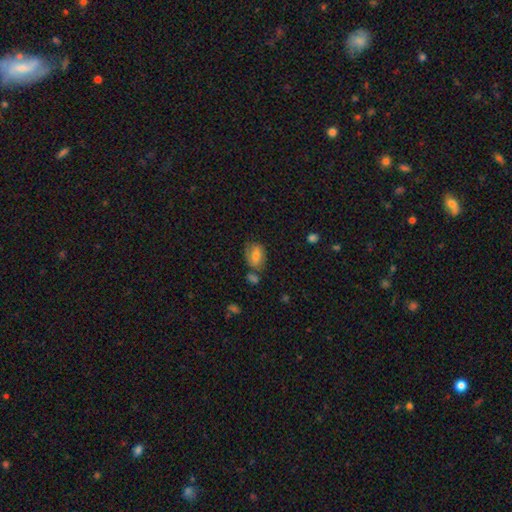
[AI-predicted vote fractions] A smooth galaxy with no disk features (70%) that is in between round and cigar-shaped (77%).

Vote fractions:
- Smooth or featured? smooth: 70% / featured or disk: 22% / star or artifact: 9%
- How rounded? in between: 77% / round: 21% / cigar-shaped: 2%
- Merging? none: 60% / minor disturbance: 21% / merger: 11% / major disturbance: 7%